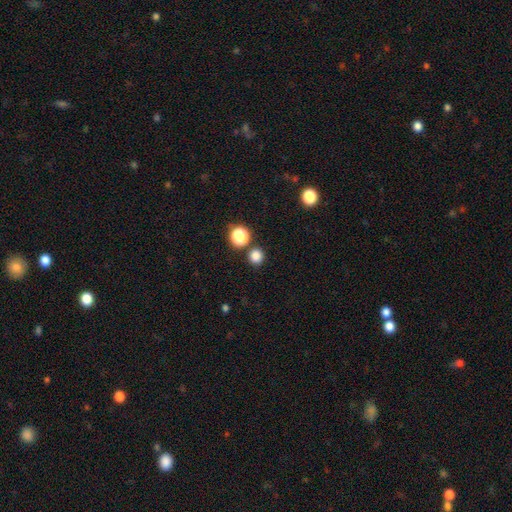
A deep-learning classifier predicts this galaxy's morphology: smooth_or_featured: smooth (p=0.81) [alt: star or artifact p=0.15]
how_rounded: round (p=0.89) [alt: in between p=0.10]
merging: none (p=0.82) [alt: merger p=0.09]